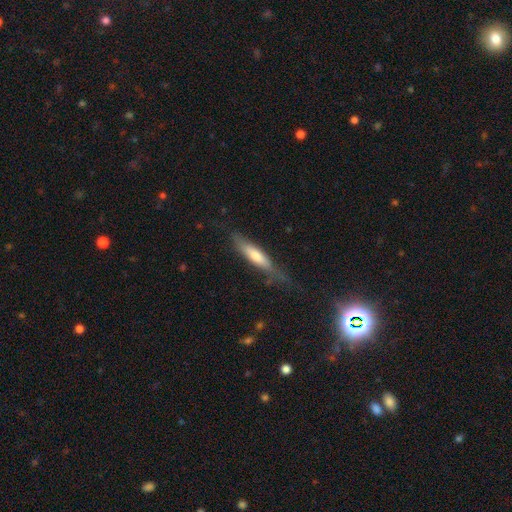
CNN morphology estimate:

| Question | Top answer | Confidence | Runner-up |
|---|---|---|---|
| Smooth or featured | smooth | 53% | featured or disk (40%) |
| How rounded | cigar-shaped | 81% | in between (18%) |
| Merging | none | 65% | minor disturbance (24%) |